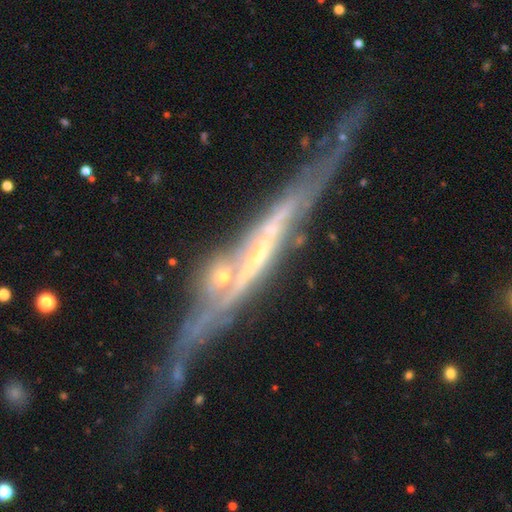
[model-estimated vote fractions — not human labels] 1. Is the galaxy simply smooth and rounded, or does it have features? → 84% featured or disk, 9% smooth, 7% star or artifact.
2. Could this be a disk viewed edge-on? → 87% yes, 13% no.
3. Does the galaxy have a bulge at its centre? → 57% none, 25% rounded, 19% boxy.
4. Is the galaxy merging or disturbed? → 56% none, 23% minor disturbance, 13% major disturbance, 7% merger.